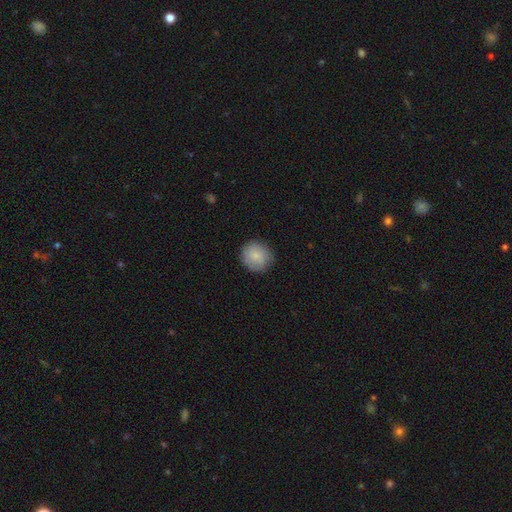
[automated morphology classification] Overall: smooth (82%). How rounded: round (87%). Merging: none (84%).